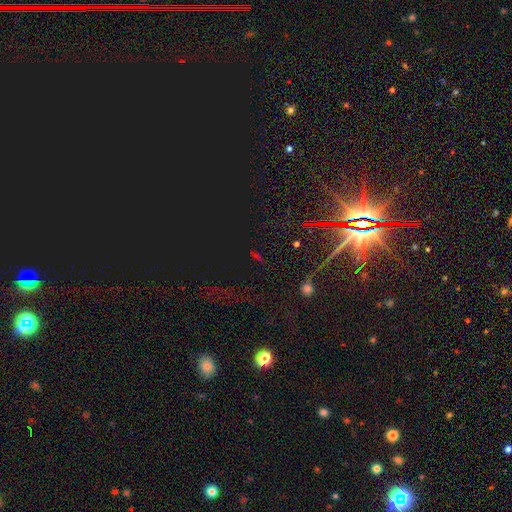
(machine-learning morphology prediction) This appears to be a star or artifact, not a galaxy (71%).